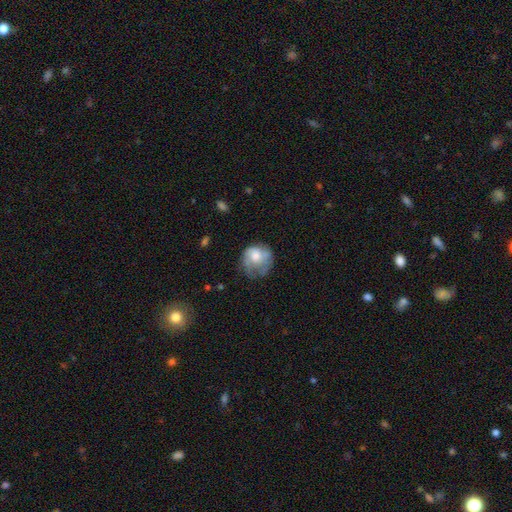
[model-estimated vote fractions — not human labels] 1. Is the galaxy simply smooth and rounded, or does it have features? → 51% smooth, 41% featured or disk, 8% star or artifact.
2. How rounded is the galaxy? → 77% round, 22% in between, 1% cigar-shaped.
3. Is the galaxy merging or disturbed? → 49% none, 28% minor disturbance, 21% major disturbance, 2% merger.